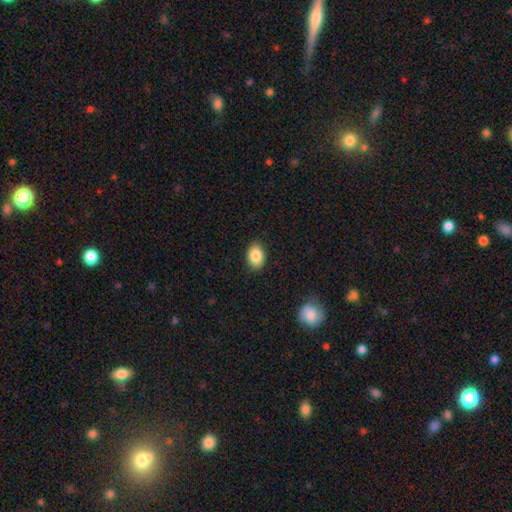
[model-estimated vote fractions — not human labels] Smooth or featured: smooth — 86% (star or artifact — 8%)
How rounded: in between — 81% (round — 18%)
Merging: none — 88% (minor disturbance — 9%)